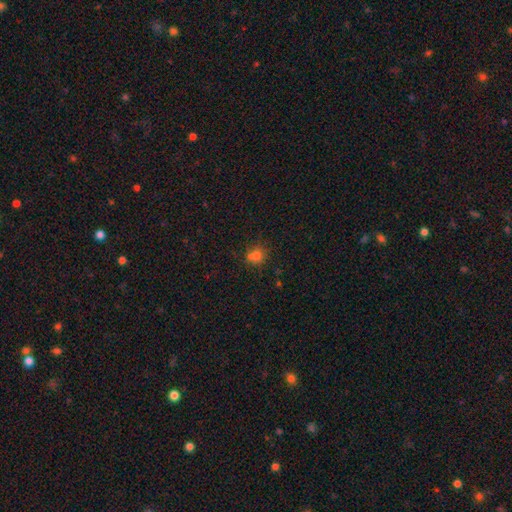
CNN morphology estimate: This is likely a smooth galaxy (75%). How rounded: likely round (74%). Merging: possibly none (57%).